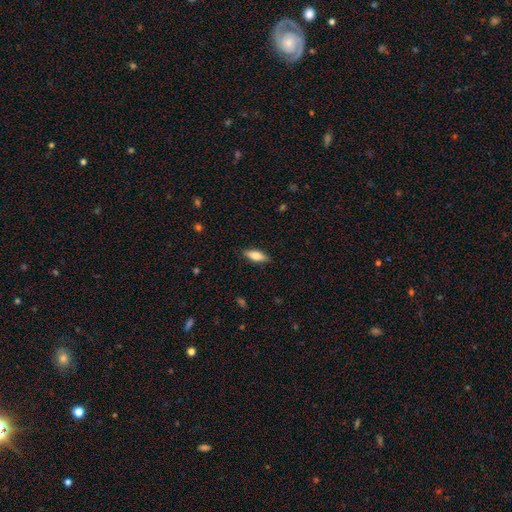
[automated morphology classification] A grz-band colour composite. It shows a smooth galaxy with no disk features (72%) that is in between round and cigar-shaped (64%). Merging: none (87%).